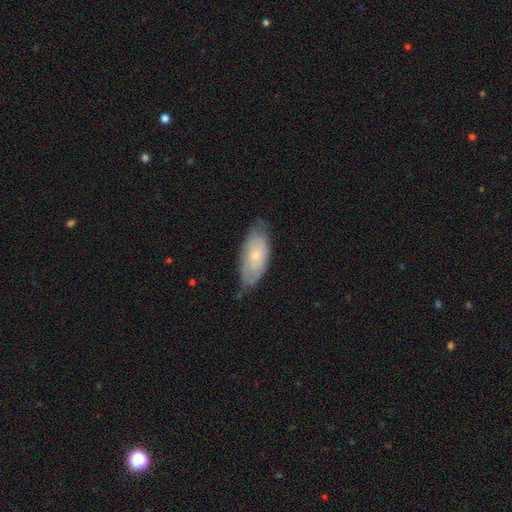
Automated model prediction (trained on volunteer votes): This appears to be a featured or disk galaxy (50%). Merging: none (63%).